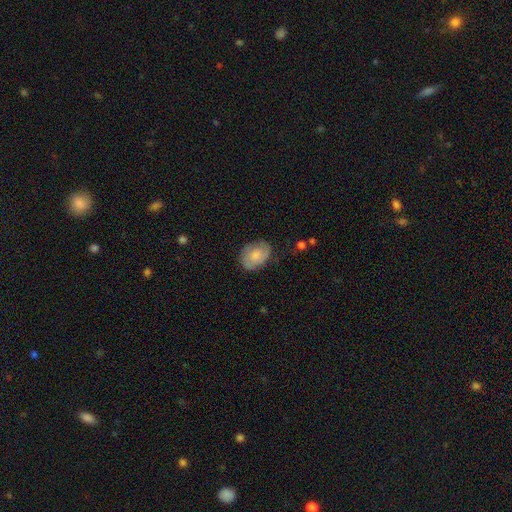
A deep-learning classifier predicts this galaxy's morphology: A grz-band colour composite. It shows a smooth galaxy with no disk features (59%) that is in between round and cigar-shaped (76%). Merging: none (71%).